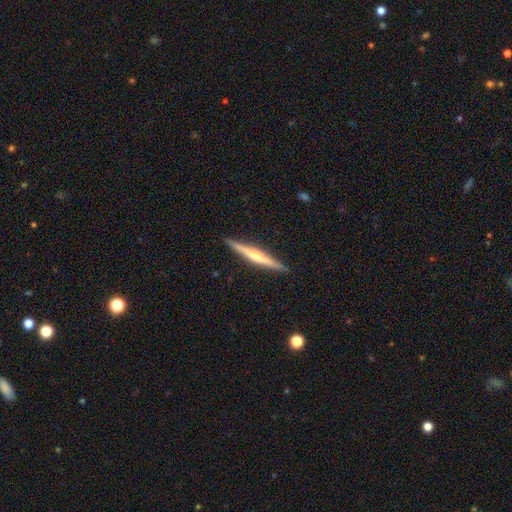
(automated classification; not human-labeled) Overall: featured or disk (62%; smooth 33%). Edge-on disk: yes (98%). Edge-on bulge: rounded (63%; none 27%). Merging: none (91%).